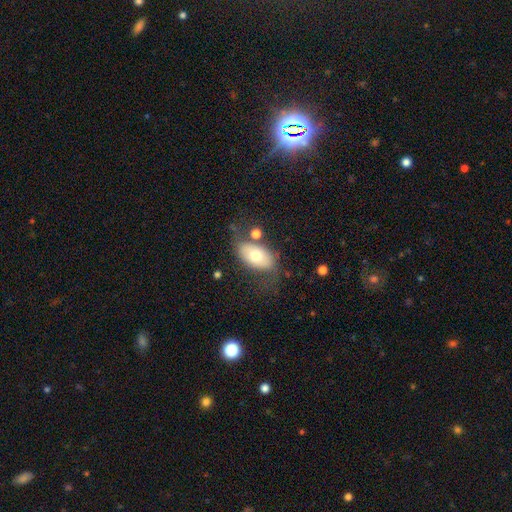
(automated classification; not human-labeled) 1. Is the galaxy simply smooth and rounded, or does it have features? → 66% smooth, 27% featured or disk, 7% star or artifact.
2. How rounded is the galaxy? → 92% in between, 6% round, 2% cigar-shaped.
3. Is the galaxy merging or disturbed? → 59% none, 20% minor disturbance, 12% major disturbance, 9% merger.